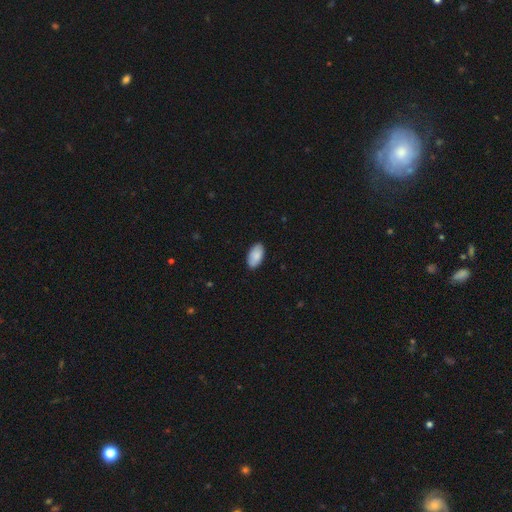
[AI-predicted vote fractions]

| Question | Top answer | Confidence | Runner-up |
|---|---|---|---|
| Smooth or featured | smooth | 89% | featured or disk (6%) |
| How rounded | in between | 96% | round (2%) |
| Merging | none | 88% | minor disturbance (9%) |